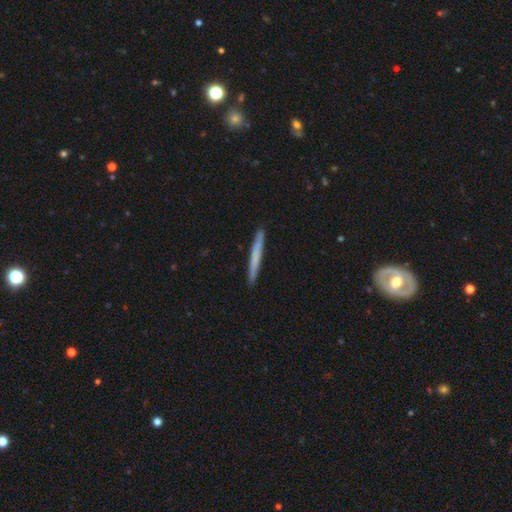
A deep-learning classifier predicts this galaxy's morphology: smooth_or_featured: smooth (p=0.62) [alt: featured or disk p=0.33]
how_rounded: cigar-shaped (p=0.97) [alt: in between p=0.02]
merging: none (p=0.91) [alt: minor disturbance p=0.07]